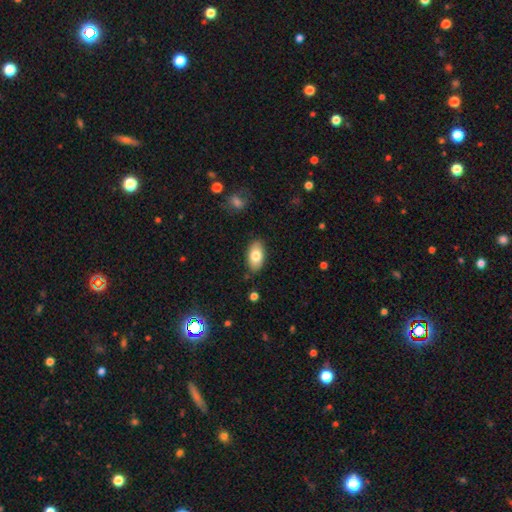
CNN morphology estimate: Smooth or featured? Predicted: smooth (p=0.79). How rounded? Predicted: in between (p=0.93). Merging? Predicted: none (p=0.85).